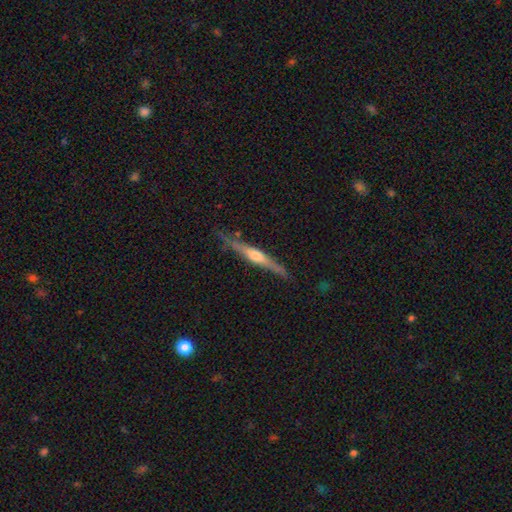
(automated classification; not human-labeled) This appears to be a featured or disk galaxy (70%) viewed edge-on (97%) with a rounded central bulge (84%). Merging: none (82%).